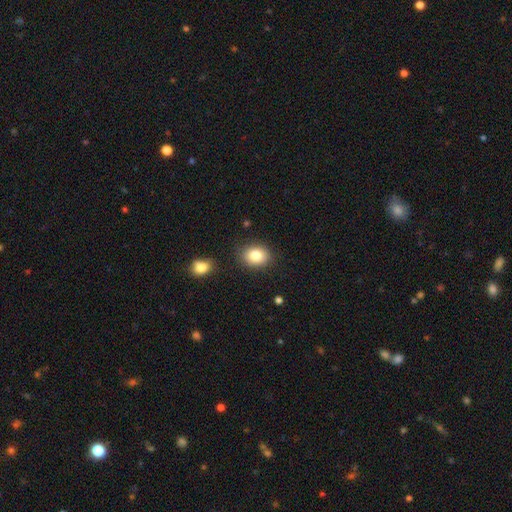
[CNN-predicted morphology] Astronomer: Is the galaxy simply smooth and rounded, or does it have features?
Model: smooth — 83%.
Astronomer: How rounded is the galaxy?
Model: in between — 51% (runner-up: round, 49%).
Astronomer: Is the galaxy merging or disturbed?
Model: none — 85%.